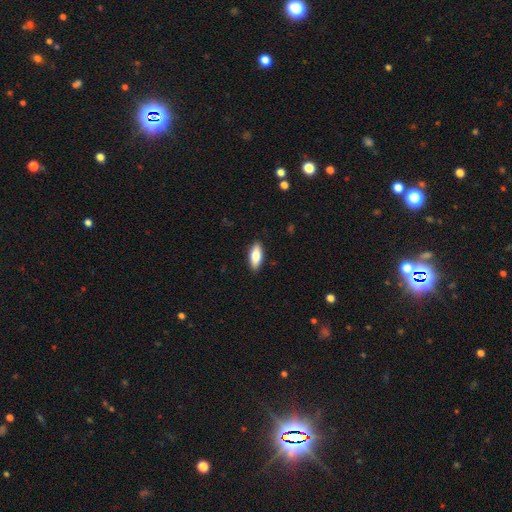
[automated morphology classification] Smooth or featured: smooth — 81% (featured or disk — 13%)
How rounded: in between — 79% (cigar-shaped — 19%)
Merging: none — 89% (minor disturbance — 8%)